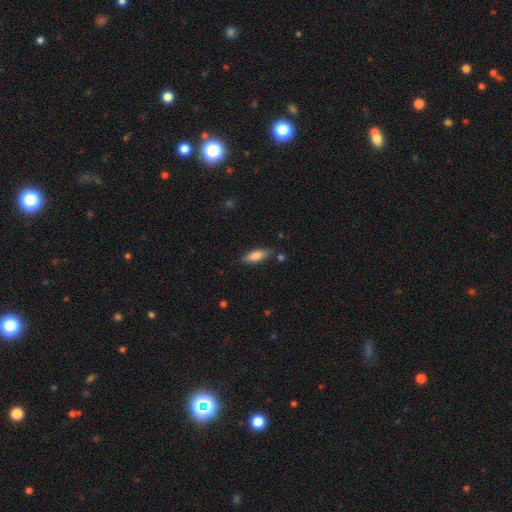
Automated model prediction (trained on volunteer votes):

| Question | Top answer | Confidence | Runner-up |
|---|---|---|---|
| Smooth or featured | smooth | 70% | featured or disk (23%) |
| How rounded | in between | 60% | cigar-shaped (37%) |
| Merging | none | 81% | minor disturbance (13%) |